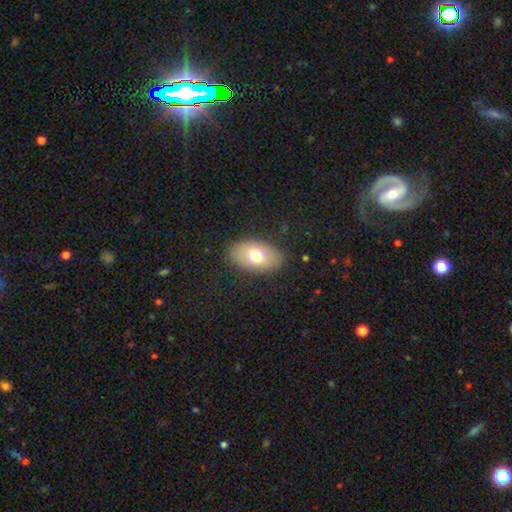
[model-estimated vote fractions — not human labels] smooth-or-featured: smooth: 70% | featured or disk: 22% | star or artifact: 8%
  how-rounded: in between: 91% | round: 8% | cigar-shaped: 2%
  merging: none: 85% | minor disturbance: 10% | major disturbance: 3% | merger: 1%